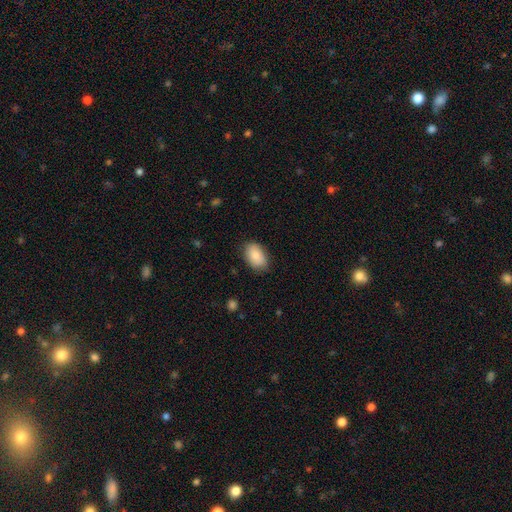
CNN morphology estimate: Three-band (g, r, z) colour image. It shows a smooth galaxy with no disk features (86%) that is in between round and cigar-shaped (90%). Merging: none (83%).